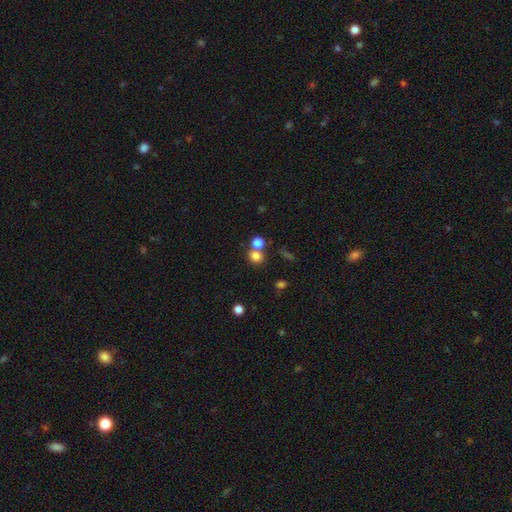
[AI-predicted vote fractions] A smooth galaxy with no disk features (79%) that is round (79%). Merging: none (57%).